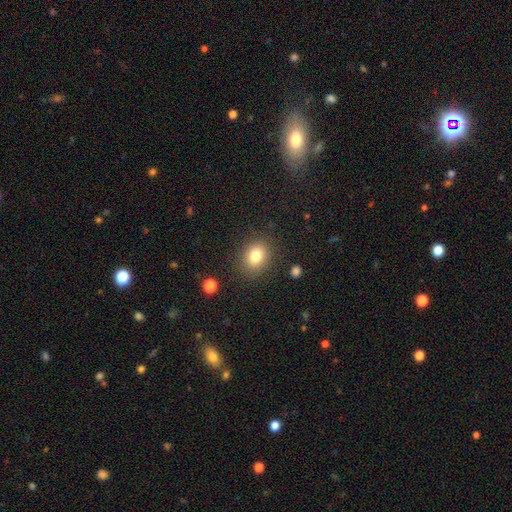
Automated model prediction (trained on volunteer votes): A smooth galaxy with no disk features (81%) that is round (56%). Merging: none (85%).